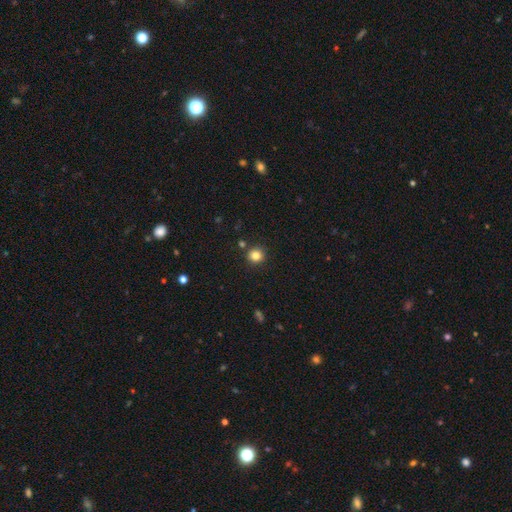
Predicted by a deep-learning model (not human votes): Smooth or featured? smooth (82%)
How rounded? round (91%)
Merging? none (88%)